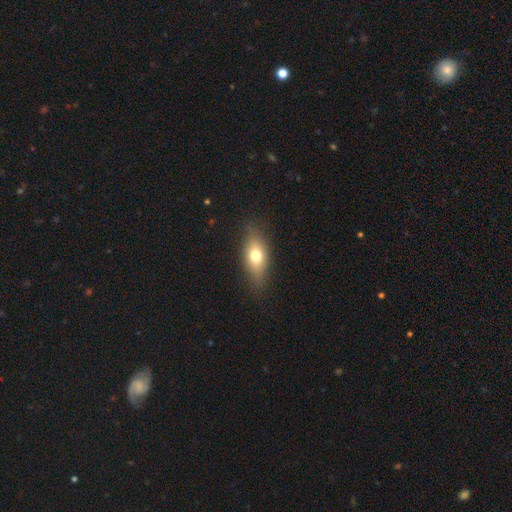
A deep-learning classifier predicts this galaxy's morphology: Smooth or featured? Predicted: smooth (p=0.68). How rounded? Predicted: in between (p=0.76). Merging? Predicted: none (p=0.80).